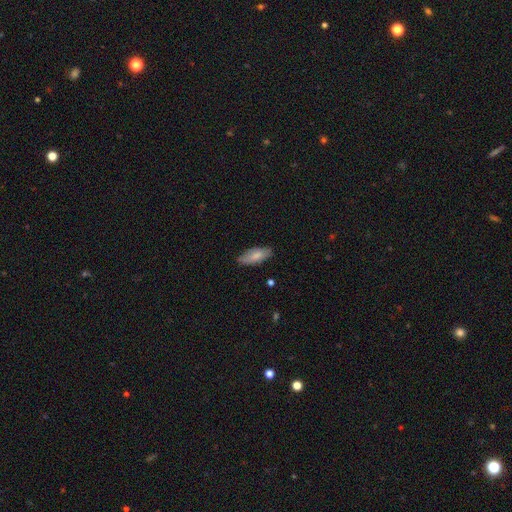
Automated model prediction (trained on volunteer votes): smooth_or_featured: smooth (p=0.79) [alt: featured or disk p=0.15]
how_rounded: in between (p=0.78) [alt: cigar-shaped p=0.20]
merging: none (p=0.80) [alt: minor disturbance p=0.16]